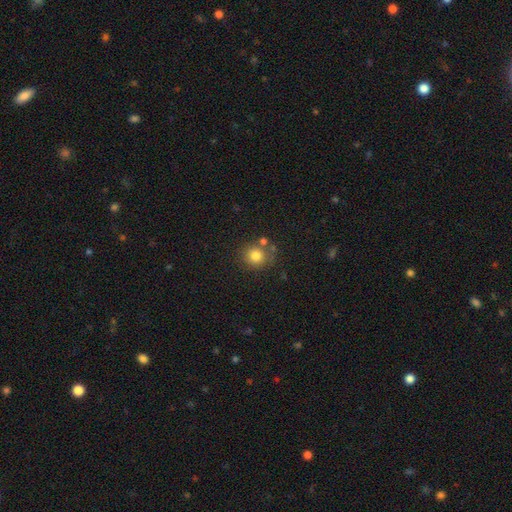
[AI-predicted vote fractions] Smooth or featured? smooth (81%)
How rounded? round (88%)
Merging? none (71%)